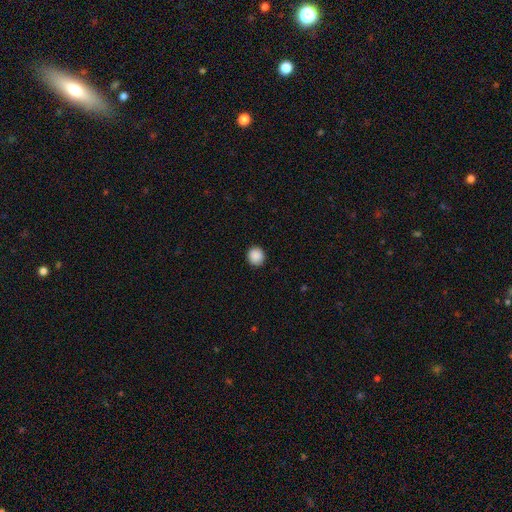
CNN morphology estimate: A smooth galaxy with no disk features (89%) that is round (87%).

Vote fractions:
- Smooth or featured? smooth: 89% / star or artifact: 8% / featured or disk: 2%
- How rounded? round: 87% / in between: 12% / cigar-shaped: 1%
- Merging? none: 90% / minor disturbance: 7% / major disturbance: 2% / merger: 1%